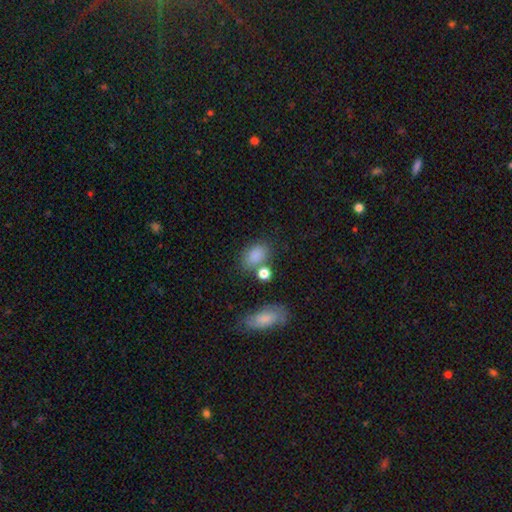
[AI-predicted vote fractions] Smooth or featured?
  - smooth: 83% *
  - star or artifact: 10%
  - featured or disk: 7%
How rounded?
  - in between: 77% *
  - round: 22%
  - cigar-shaped: 2%
Merging?
  - none: 59% *
  - merger: 18%
  - minor disturbance: 17%
  - major disturbance: 7%